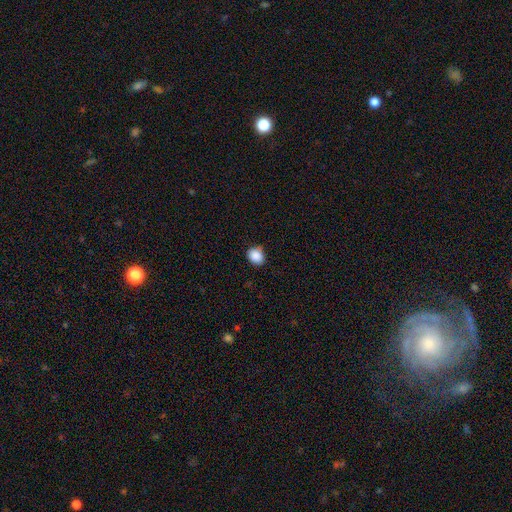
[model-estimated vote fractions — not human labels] A smooth galaxy with no disk features (88%) that is round (62%).

Vote fractions:
- Smooth or featured? smooth: 88% / star or artifact: 9% / featured or disk: 3%
- How rounded? round: 62% / in between: 37% / cigar-shaped: 1%
- Merging? none: 80% / minor disturbance: 16% / major disturbance: 3% / merger: 1%